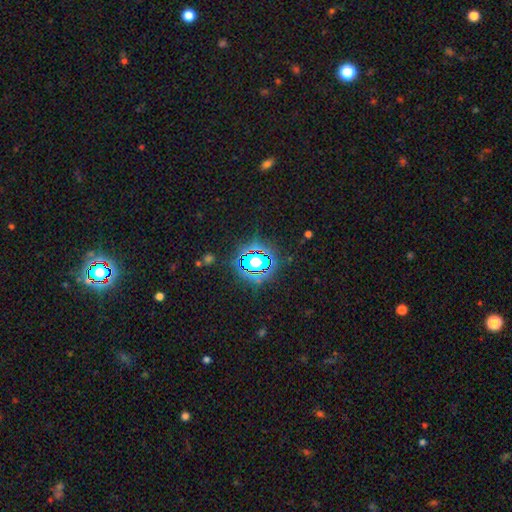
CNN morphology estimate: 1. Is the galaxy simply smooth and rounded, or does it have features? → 65% star or artifact, 23% smooth, 12% featured or disk.